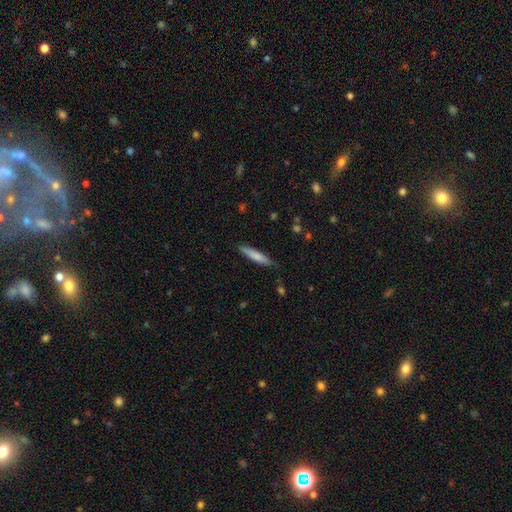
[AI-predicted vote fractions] This appears to be a smooth galaxy with no disk features (74%) that is cigar-shaped (89%). Merging: none (84%).